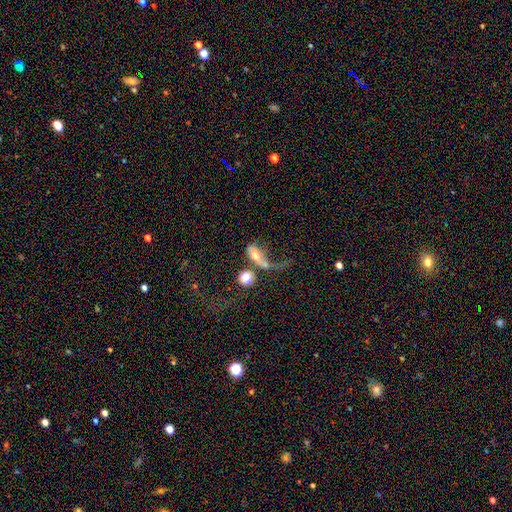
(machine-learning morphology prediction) Overall: featured or disk (46%; smooth 43%). Merging: merger (38%; major disturbance 36%).